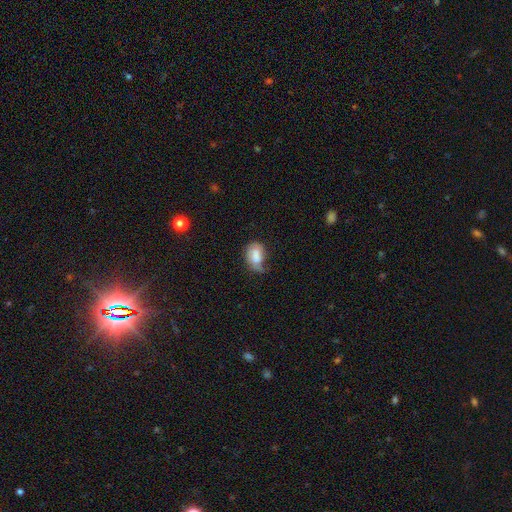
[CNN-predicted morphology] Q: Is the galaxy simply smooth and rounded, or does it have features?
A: smooth — 68%.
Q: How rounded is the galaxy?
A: in between — 81%.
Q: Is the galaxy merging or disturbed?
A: minor disturbance — 39%.